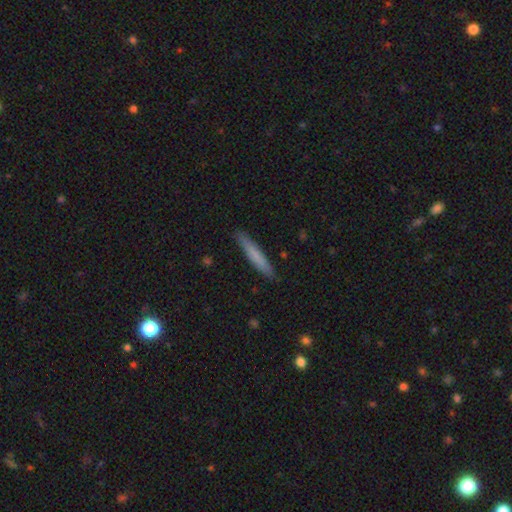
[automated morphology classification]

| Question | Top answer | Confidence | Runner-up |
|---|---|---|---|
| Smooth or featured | smooth | 74% | featured or disk (20%) |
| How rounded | cigar-shaped | 94% | in between (5%) |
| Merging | none | 89% | minor disturbance (9%) |